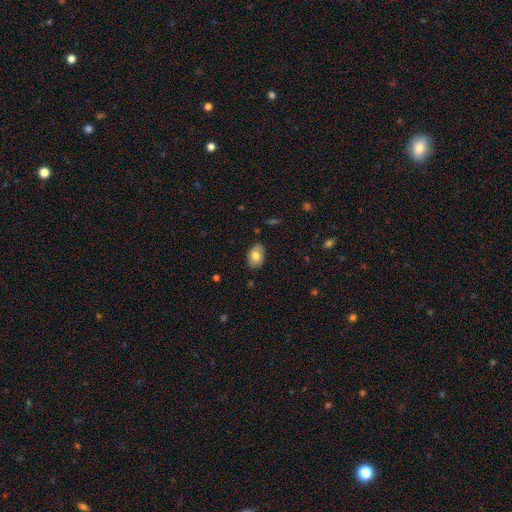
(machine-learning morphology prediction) The model was most divided on "smooth or featured": smooth: 74%, featured or disk: 18%, star or artifact: 7%. More confident: how rounded — in between (88%); merging — none (82%).